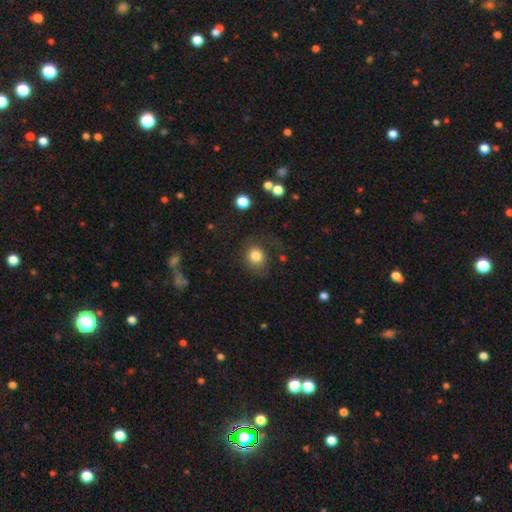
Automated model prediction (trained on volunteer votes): smooth-or-featured: smooth: 81% | star or artifact: 10% | featured or disk: 9%
  how-rounded: round: 77% | in between: 22% | cigar-shaped: 1%
  merging: none: 67% | minor disturbance: 18% | major disturbance: 13% | merger: 2%